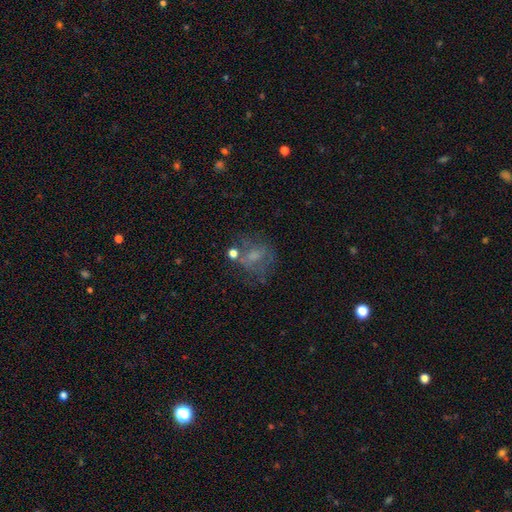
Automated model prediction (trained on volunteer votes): A smooth galaxy with no disk features (41%).

Vote fractions:
- Smooth or featured? smooth: 41% / featured or disk: 39% / star or artifact: 20%
- Merging? none: 50% / major disturbance: 22% / minor disturbance: 19% / merger: 9%